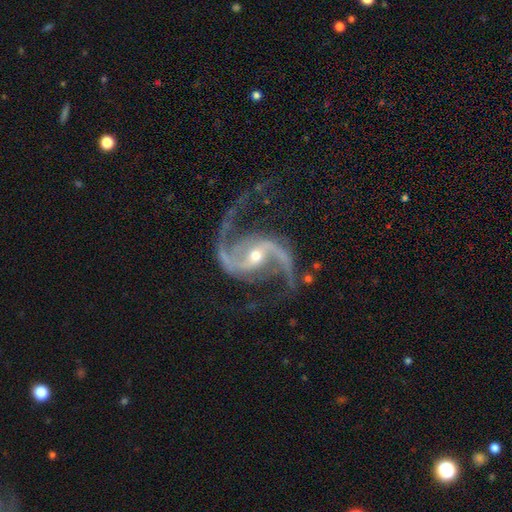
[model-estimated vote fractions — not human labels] Q: Smooth or featured?
A: featured or disk (94%); runner-up: star or artifact (4%)
Q: Edge-on disk?
A: no (98%); runner-up: yes (2%)
Q: Bar?
A: strong (41%); runner-up: weak (37%)
Q: Spiral arms?
A: yes (99%); runner-up: no (1%)
Q: Spiral winding?
A: loose (53%); runner-up: medium (40%)
Q: Spiral arm count?
A: 2 (94%); runner-up: 3 (1%)
Q: Bulge size?
A: small (49%); runner-up: moderate (48%)
Q: Merging?
A: none (74%); runner-up: minor disturbance (14%)